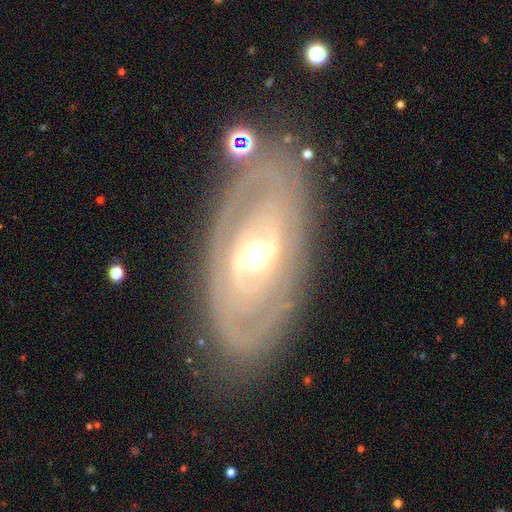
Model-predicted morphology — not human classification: Overall: featured or disk (81%). Edge-on disk: no (90%). Bar: no (46%; weak 33%). Spiral arms: yes (65%; no 35%). Bulge size: moderate (70%). Merging: none (80%).